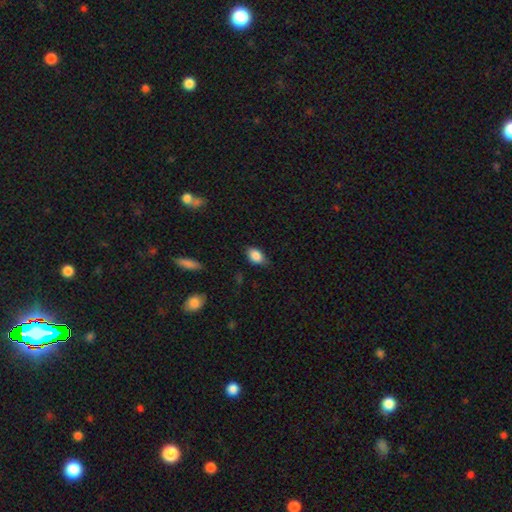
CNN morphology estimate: This is clearly a smooth galaxy (87%). How rounded: clearly in between (85%). Merging: likely none (72%).